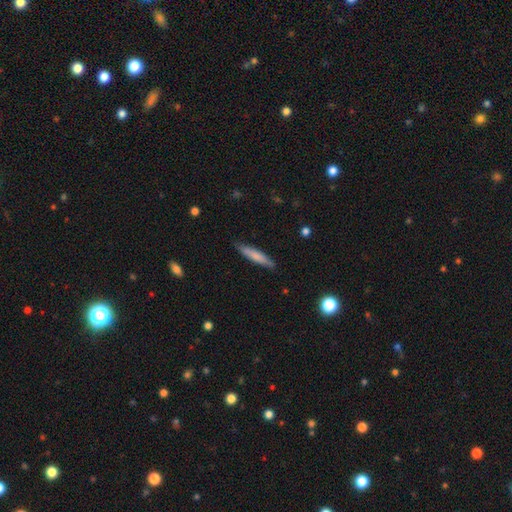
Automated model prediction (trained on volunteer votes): Smooth or featured? Predicted: smooth (p=0.73). How rounded? Predicted: cigar-shaped (p=0.89). Merging? Predicted: none (p=0.83).